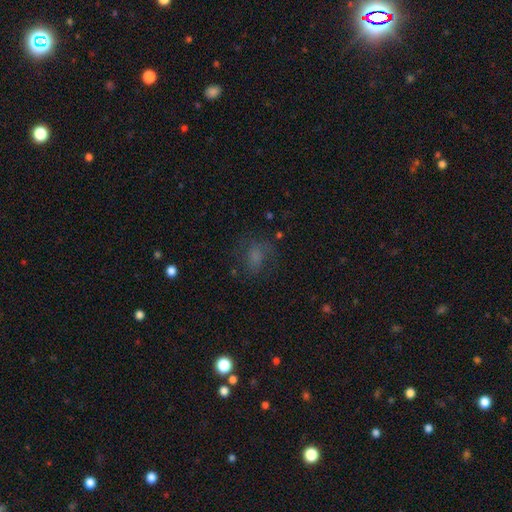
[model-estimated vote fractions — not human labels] The model was most divided on "how rounded": in between: 60%, round: 37%, cigar-shaped: 3%. More confident: merging — none (60%); smooth or featured — smooth (56%).